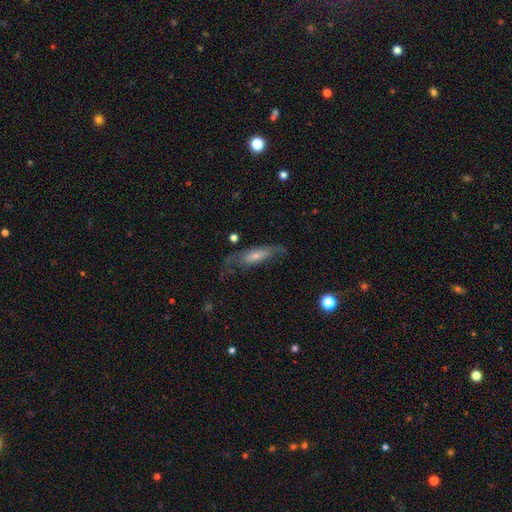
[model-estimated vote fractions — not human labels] This is possibly a featured or disk galaxy (54%). It is likely not viewed edge-on (62%). Merging: possibly none (54%).